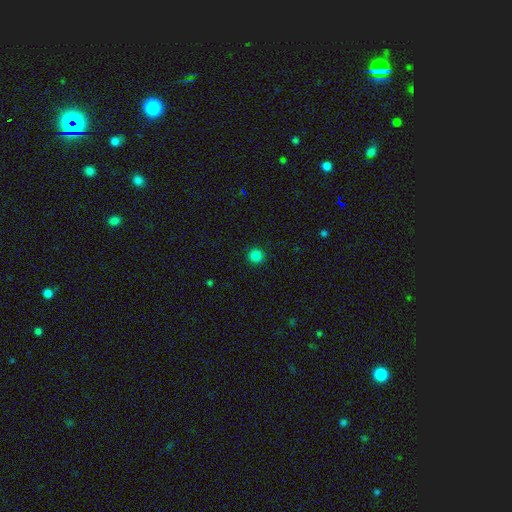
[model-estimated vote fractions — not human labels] smooth 84%, star or artifact 13%, featured or disk 3%. Down the decision tree: how rounded — round (95%); merging — none (93%).